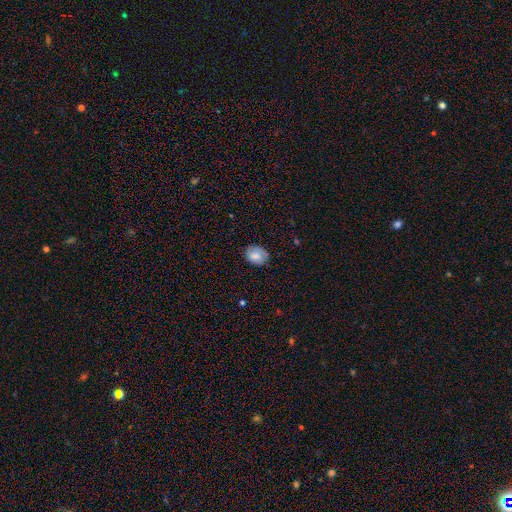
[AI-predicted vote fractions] This is likely a smooth galaxy (75%). How rounded: possibly round (54%). Merging: likely none (74%).